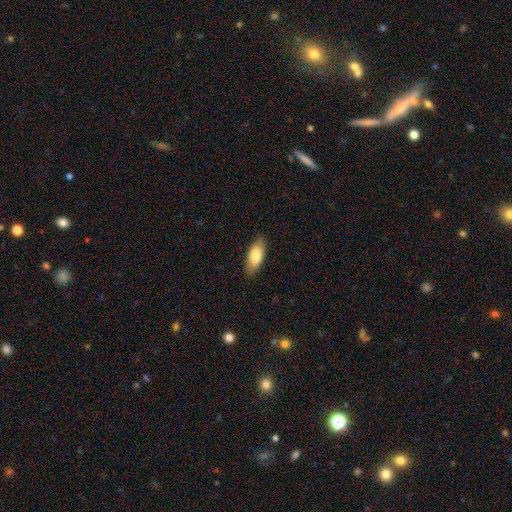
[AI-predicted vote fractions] Smooth or featured?
  - smooth: 81% *
  - featured or disk: 13%
  - star or artifact: 6%
How rounded?
  - in between: 81% *
  - cigar-shaped: 17%
  - round: 2%
Merging?
  - none: 87% *
  - minor disturbance: 10%
  - major disturbance: 2%
  - merger: 1%